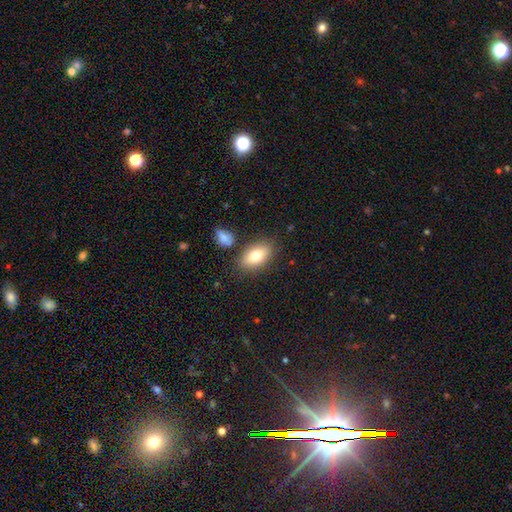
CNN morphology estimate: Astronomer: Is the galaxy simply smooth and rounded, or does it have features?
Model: smooth — 74%.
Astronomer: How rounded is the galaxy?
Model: in between — 89%.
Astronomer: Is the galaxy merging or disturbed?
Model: none — 79%.